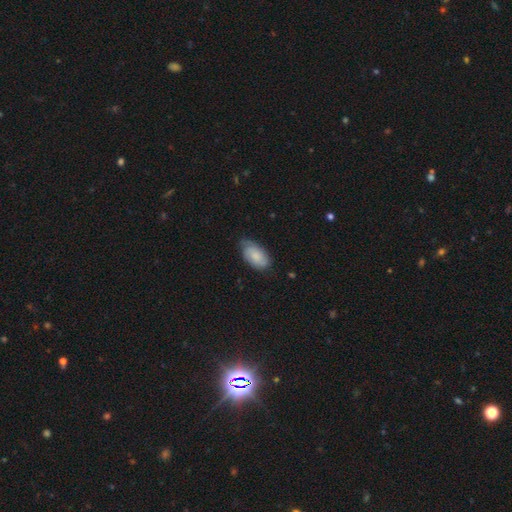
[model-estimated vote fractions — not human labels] A smooth galaxy with no disk features (68%) that is in between round and cigar-shaped (94%).

Vote fractions:
- Smooth or featured? smooth: 68% / featured or disk: 25% / star or artifact: 6%
- How rounded? in between: 94% / round: 4% / cigar-shaped: 2%
- Merging? none: 62% / minor disturbance: 31% / major disturbance: 6% / merger: 1%